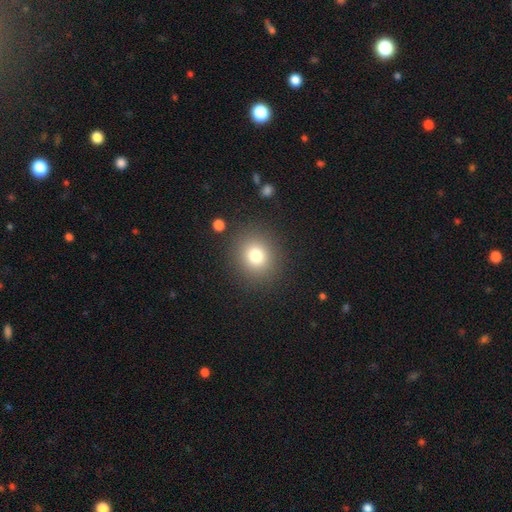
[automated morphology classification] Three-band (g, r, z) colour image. It shows a smooth galaxy with no disk features (78%) that is round (81%). Merging: none (87%).